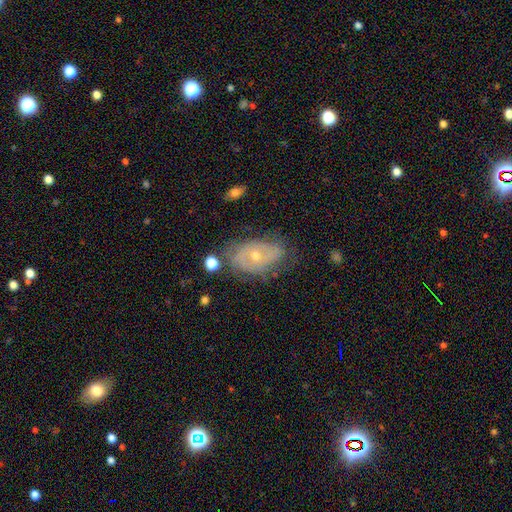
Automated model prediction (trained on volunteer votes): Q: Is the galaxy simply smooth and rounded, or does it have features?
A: featured or disk — 72%.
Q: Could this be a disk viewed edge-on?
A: no — 94%.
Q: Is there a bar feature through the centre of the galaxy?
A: no — 77%.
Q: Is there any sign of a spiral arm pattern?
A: yes — 77%.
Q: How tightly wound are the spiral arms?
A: tight — 59%.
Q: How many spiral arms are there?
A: can't tell — 40%, tied with 2.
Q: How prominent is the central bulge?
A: small — 49%.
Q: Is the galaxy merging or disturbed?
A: none — 63%.